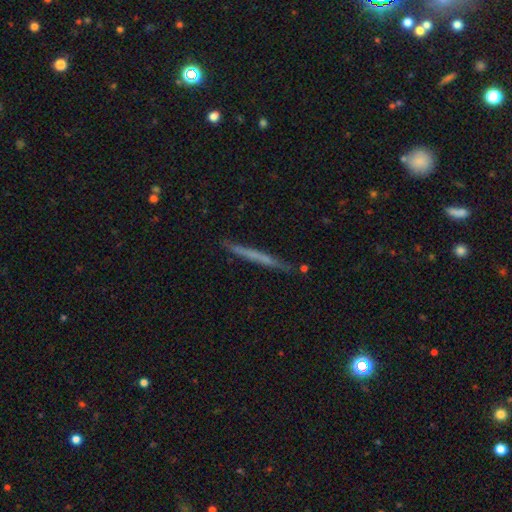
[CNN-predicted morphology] Smooth or featured?
  - featured or disk: 49% *
  - smooth: 45%
  - star or artifact: 6%
Merging?
  - none: 88% *
  - minor disturbance: 9%
  - major disturbance: 2%
  - merger: 2%